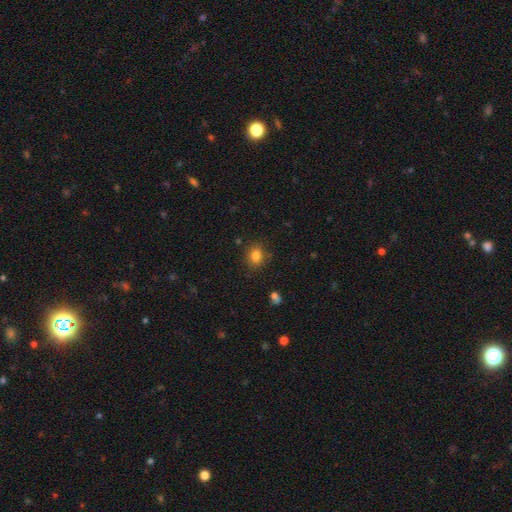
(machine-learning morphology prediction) smooth 81%, star or artifact 12%, featured or disk 7%. Down the decision tree: how rounded — round (61%); merging — none (83%).